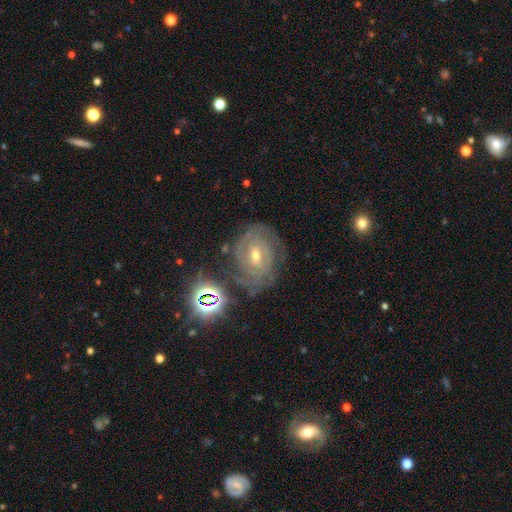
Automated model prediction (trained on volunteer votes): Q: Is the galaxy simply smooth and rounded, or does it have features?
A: featured or disk — 82%.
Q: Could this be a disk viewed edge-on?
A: no — 97%.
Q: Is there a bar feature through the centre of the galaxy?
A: weak — 49%.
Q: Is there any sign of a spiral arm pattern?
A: yes — 95%.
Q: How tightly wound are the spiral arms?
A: tight — 72%.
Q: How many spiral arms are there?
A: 2 — 32%.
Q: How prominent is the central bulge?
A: moderate — 54%.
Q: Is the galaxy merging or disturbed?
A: none — 72%.